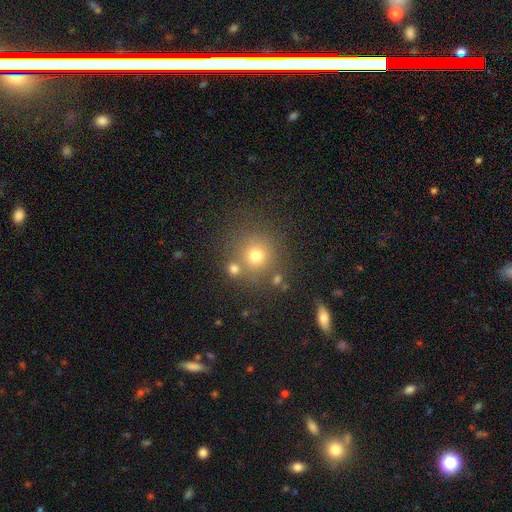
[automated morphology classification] Q: Smooth or featured?
A: smooth (71%); runner-up: star or artifact (18%)
Q: How rounded?
A: round (92%); runner-up: in between (7%)
Q: Merging?
A: none (73%); runner-up: merger (13%)